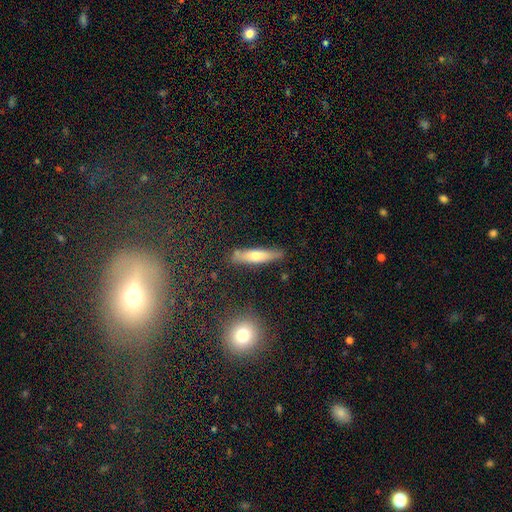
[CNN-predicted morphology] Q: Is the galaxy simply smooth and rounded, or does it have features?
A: smooth — 54%.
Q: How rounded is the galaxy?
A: cigar-shaped — 83%.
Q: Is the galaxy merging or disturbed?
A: none — 84%.